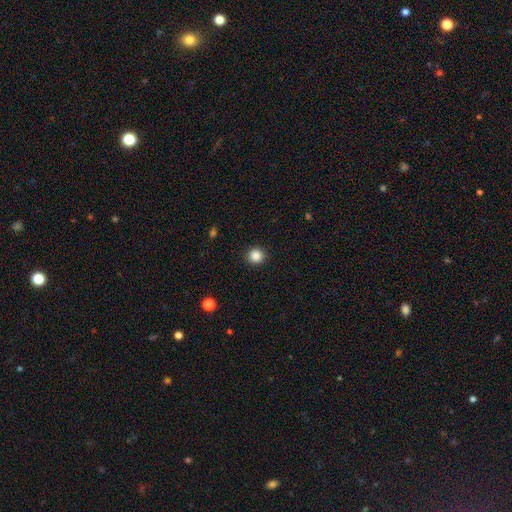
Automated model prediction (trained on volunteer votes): Smooth or featured? smooth (86%)
How rounded? round (93%)
Merging? none (92%)